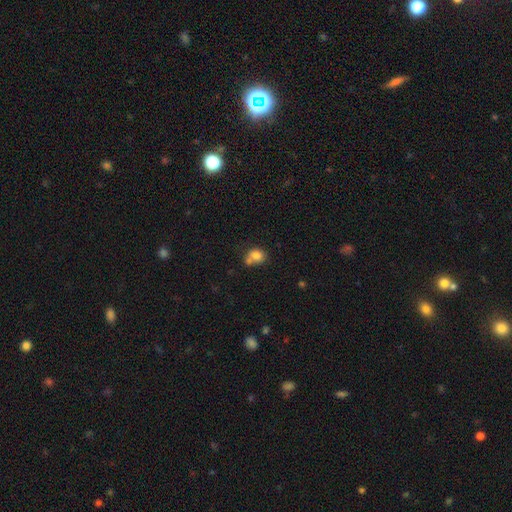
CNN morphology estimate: This appears to be a smooth galaxy with no disk features (79%) that is round (57%). Merging: merger (40%).